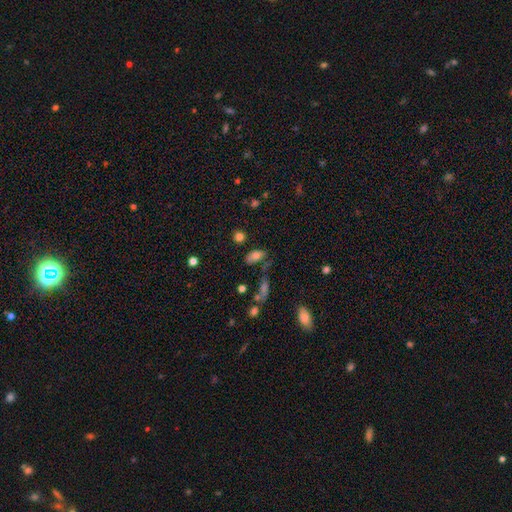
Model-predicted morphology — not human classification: Smooth or featured: smooth — 76% (featured or disk — 13%)
How rounded: in between — 86% (round — 7%)
Merging: none — 60% (minor disturbance — 20%)